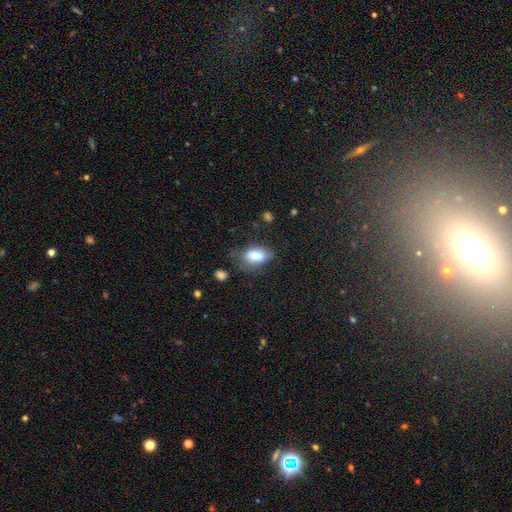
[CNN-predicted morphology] smooth_or_featured: smooth (p=0.78) [alt: featured or disk p=0.13]
how_rounded: in between (p=0.87) [alt: round p=0.10]
merging: none (p=0.47) [alt: minor disturbance p=0.32]